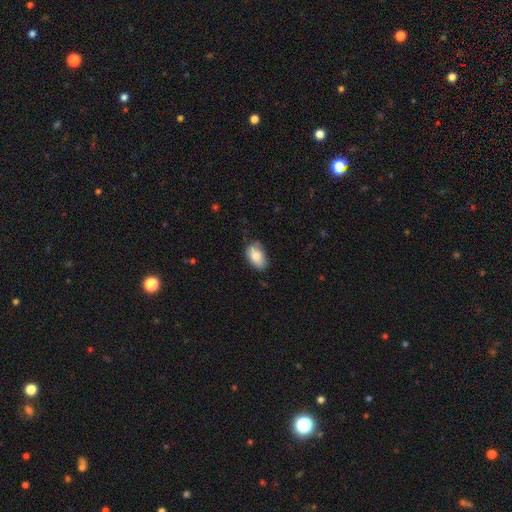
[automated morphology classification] Q: Smooth or featured?
A: smooth (82%); runner-up: featured or disk (11%)
Q: How rounded?
A: in between (92%); runner-up: round (7%)
Q: Merging?
A: none (67%); runner-up: minor disturbance (27%)